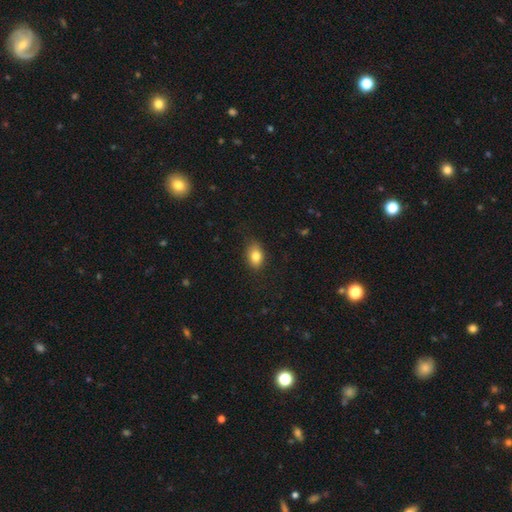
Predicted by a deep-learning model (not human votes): Smooth or featured? smooth (81%)
How rounded? in between (79%)
Merging? none (80%)